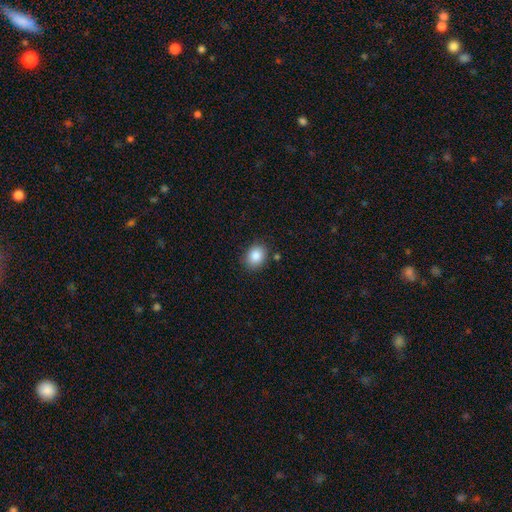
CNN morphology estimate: smooth-or-featured: smooth: 86% | star or artifact: 8% | featured or disk: 5%
  how-rounded: round: 53% | in between: 46% | cigar-shaped: 1%
  merging: none: 85% | minor disturbance: 10% | major disturbance: 3% | merger: 3%